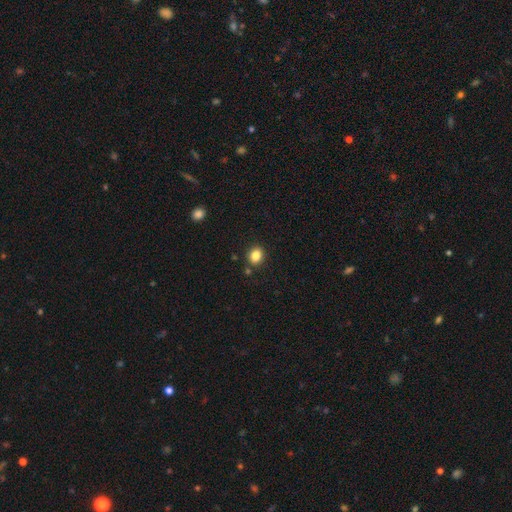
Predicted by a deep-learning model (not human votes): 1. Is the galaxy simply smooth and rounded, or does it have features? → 84% smooth, 11% star or artifact, 5% featured or disk.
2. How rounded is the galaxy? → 64% round, 36% in between, 1% cigar-shaped.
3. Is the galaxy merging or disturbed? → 86% none, 8% minor disturbance, 4% merger, 2% major disturbance.